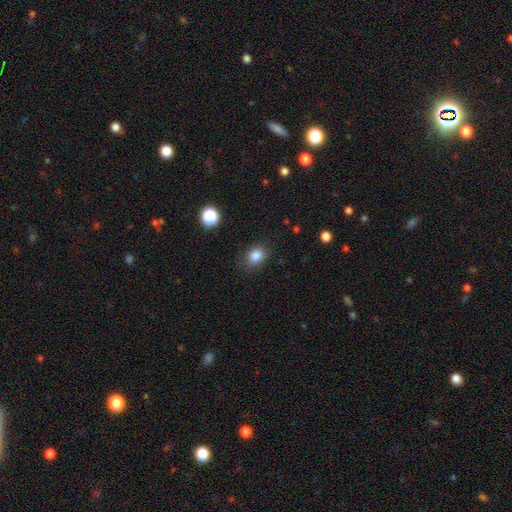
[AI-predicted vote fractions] Smooth or featured: smooth — 84% (star or artifact — 11%)
How rounded: in between — 54% (round — 45%)
Merging: none — 83% (minor disturbance — 13%)